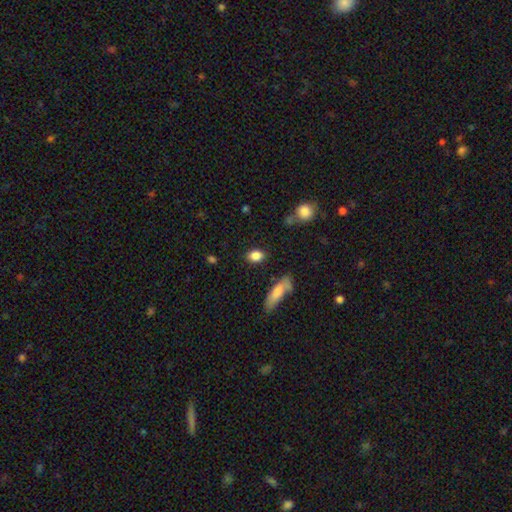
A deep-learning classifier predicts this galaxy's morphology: smooth_or_featured: smooth (p=0.85) [alt: star or artifact p=0.08]
how_rounded: in between (p=0.72) [alt: round p=0.24]
merging: none (p=0.83) [alt: minor disturbance p=0.11]